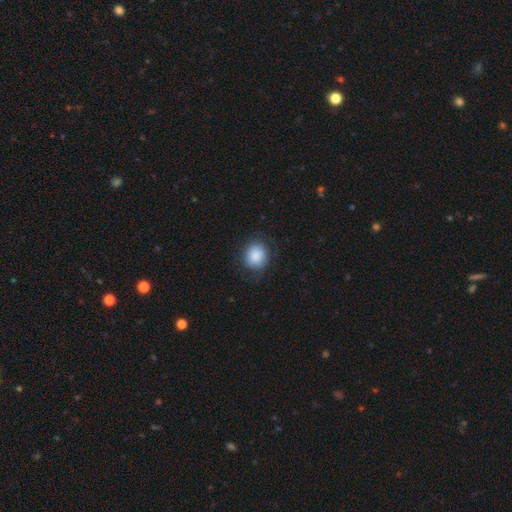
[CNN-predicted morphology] A smooth galaxy with no disk features (84%) that is round (75%).

Vote fractions:
- Smooth or featured? smooth: 84% / featured or disk: 9% / star or artifact: 7%
- How rounded? round: 75% / in between: 25% / cigar-shaped: 1%
- Merging? none: 76% / minor disturbance: 16% / major disturbance: 8% / merger: 1%